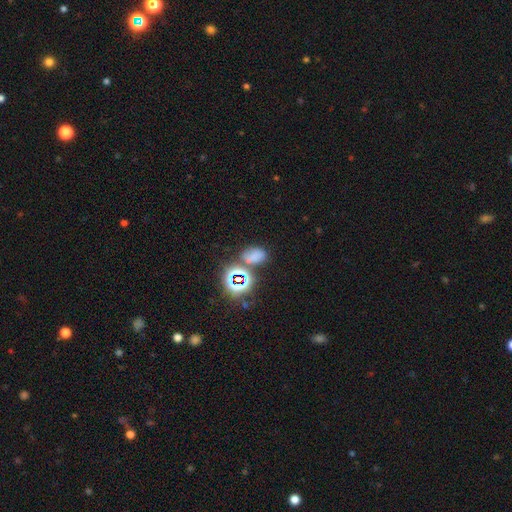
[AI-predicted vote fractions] A smooth galaxy with no disk features (56%) that is in between round and cigar-shaped (76%).

Vote fractions:
- Smooth or featured? smooth: 56% / star or artifact: 35% / featured or disk: 10%
- How rounded? in between: 76% / round: 23% / cigar-shaped: 2%
- Merging? none: 53% / merger: 21% / minor disturbance: 17% / major disturbance: 9%